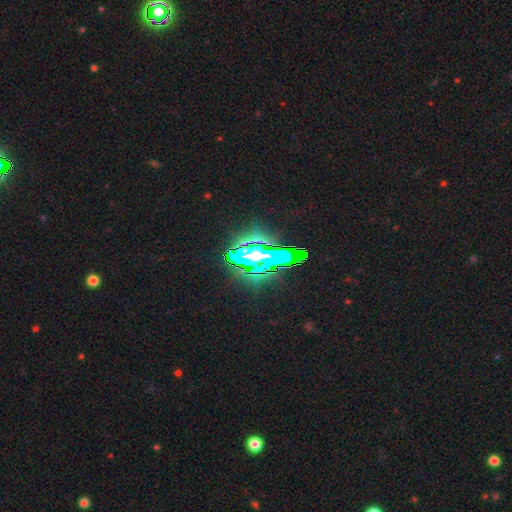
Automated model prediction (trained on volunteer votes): Morphology: type=star or artifact (66%).